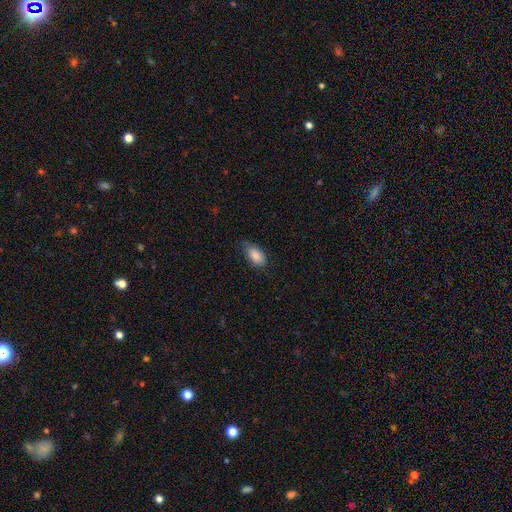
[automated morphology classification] This is clearly a smooth galaxy (85%). How rounded: clearly in between (93%). Merging: likely none (67%).